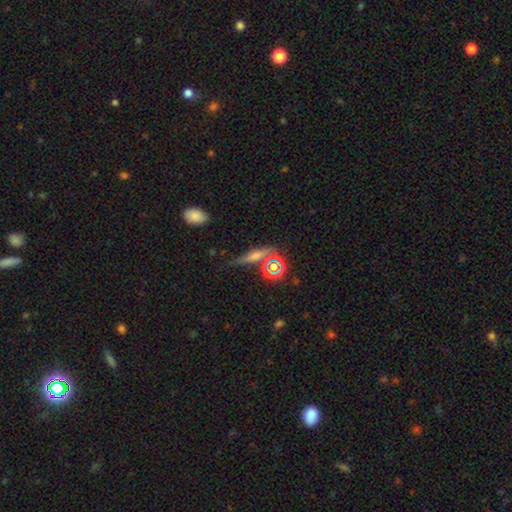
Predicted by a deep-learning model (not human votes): Q: Smooth or featured?
A: smooth (46%); runner-up: featured or disk (31%)
Q: Merging?
A: none (68%); runner-up: minor disturbance (17%)